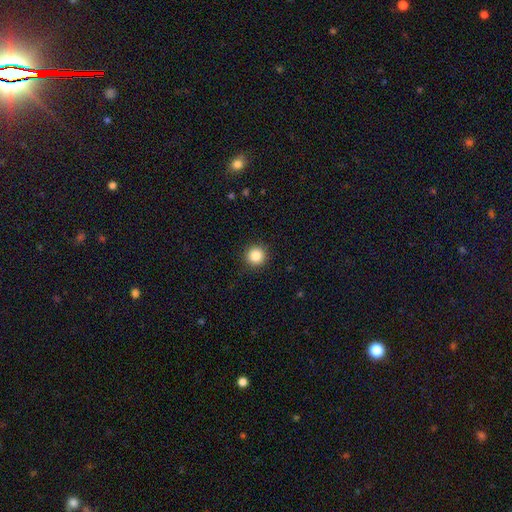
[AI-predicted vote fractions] Q: Smooth or featured?
A: smooth (86%); runner-up: star or artifact (10%)
Q: How rounded?
A: round (95%); runner-up: in between (4%)
Q: Merging?
A: none (91%); runner-up: minor disturbance (6%)